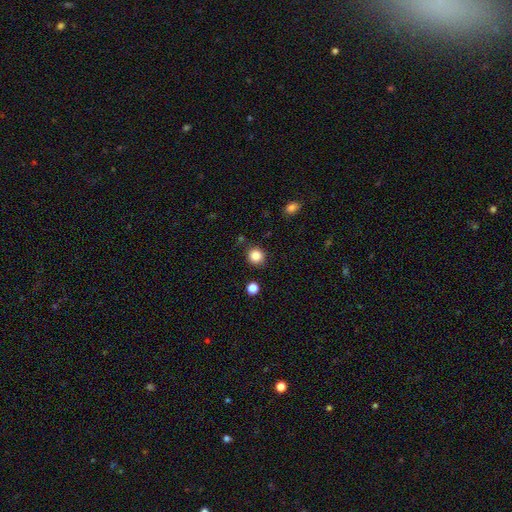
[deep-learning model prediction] Overall: smooth (86%). How rounded: round (90%). Merging: none (86%).